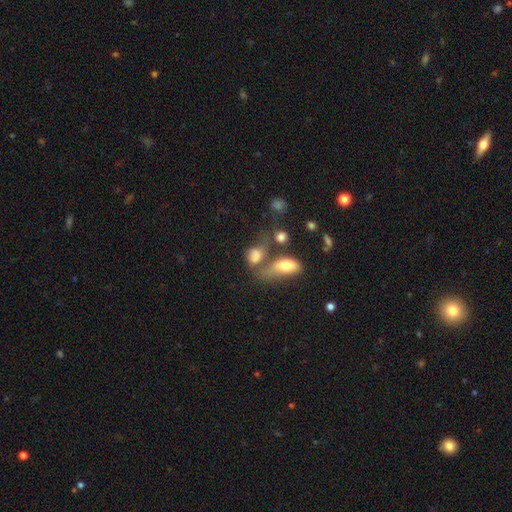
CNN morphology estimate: smooth 74%, featured or disk 15%, star or artifact 11%. Down the decision tree: how rounded — in between (73%); merging — merger (47%).